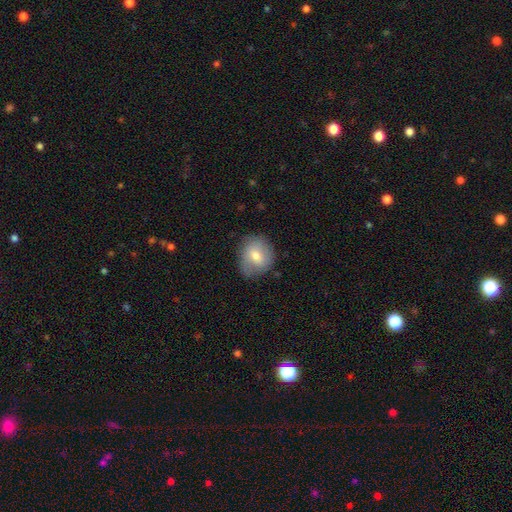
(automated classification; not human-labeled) A smooth galaxy with no disk features (68%) that is round (63%). Merging: none (71%).